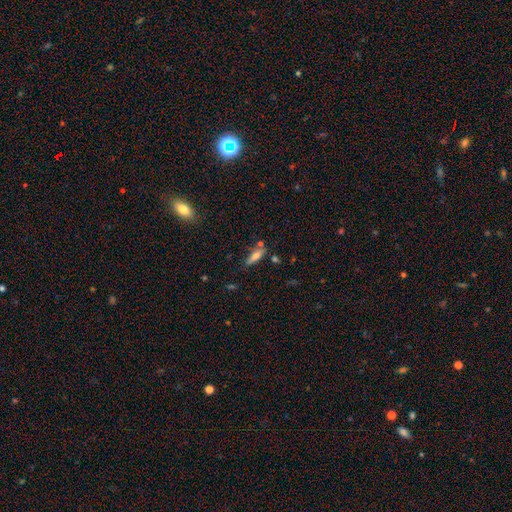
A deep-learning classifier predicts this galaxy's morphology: Smooth or featured: smooth — 66% (featured or disk — 26%)
How rounded: cigar-shaped — 54% (in between — 44%)
Merging: none — 62% (minor disturbance — 20%)